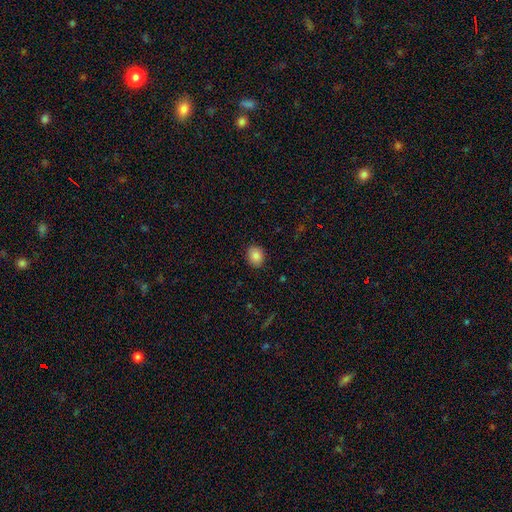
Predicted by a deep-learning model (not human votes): smooth_or_featured: smooth (p=0.87) [alt: star or artifact p=0.09]
how_rounded: round (p=0.58) [alt: in between p=0.41]
merging: none (p=0.89) [alt: minor disturbance p=0.08]